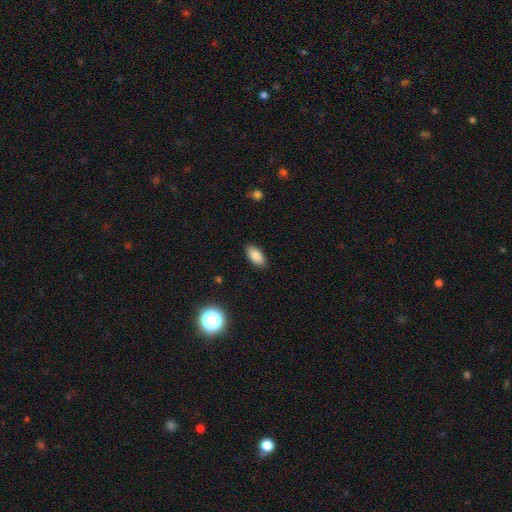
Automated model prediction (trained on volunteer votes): smooth_or_featured: smooth (p=0.87) [alt: star or artifact p=0.08]
how_rounded: in between (p=0.92) [alt: cigar-shaped p=0.05]
merging: none (p=0.88) [alt: minor disturbance p=0.09]